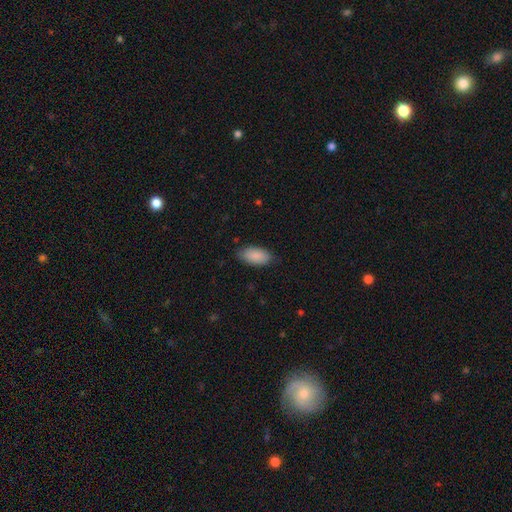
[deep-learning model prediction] Smooth or featured? Predicted: smooth (p=0.89). How rounded? Predicted: in between (p=0.93). Merging? Predicted: none (p=0.83).